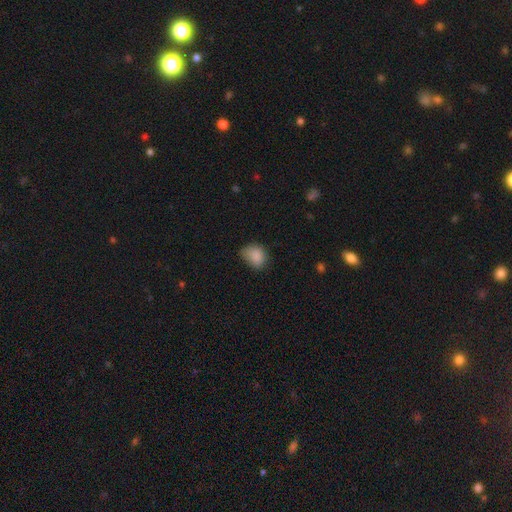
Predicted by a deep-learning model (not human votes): Smooth or featured? Predicted: smooth (p=0.85). How rounded? Predicted: in between (p=0.57). Merging? Predicted: none (p=0.52).